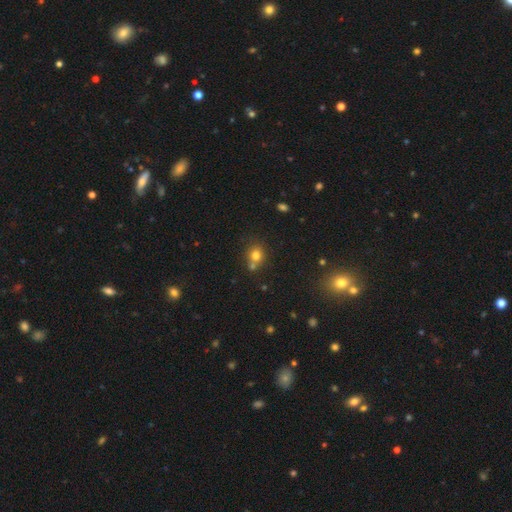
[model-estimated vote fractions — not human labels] A smooth galaxy with no disk features (75%) that is round (77%).

Vote fractions:
- Smooth or featured? smooth: 75% / star or artifact: 15% / featured or disk: 10%
- How rounded? round: 77% / in between: 22% / cigar-shaped: 1%
- Merging? none: 54% / merger: 32% / minor disturbance: 10% / major disturbance: 3%